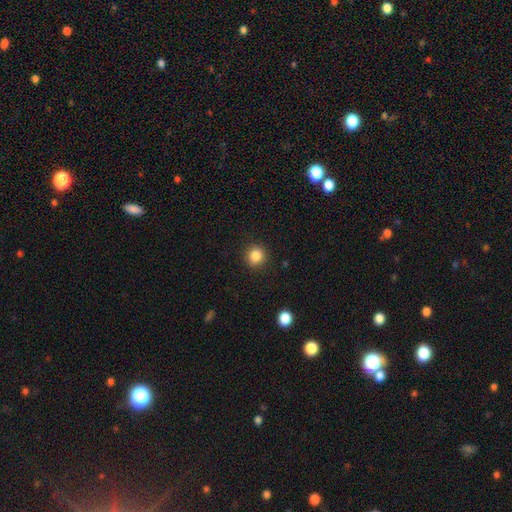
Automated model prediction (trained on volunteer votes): Q: Smooth or featured?
A: smooth (85%); runner-up: star or artifact (11%)
Q: How rounded?
A: round (92%); runner-up: in between (7%)
Q: Merging?
A: none (91%); runner-up: minor disturbance (6%)